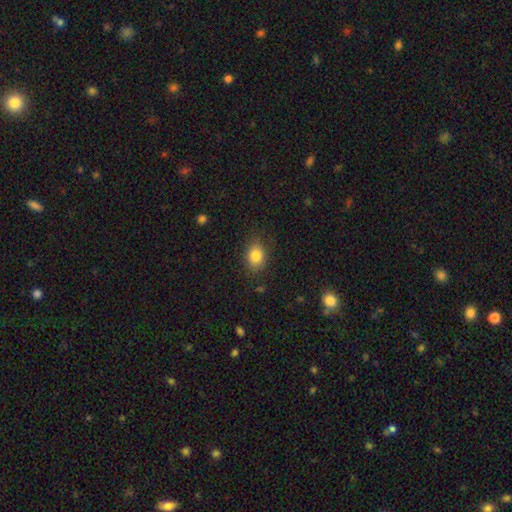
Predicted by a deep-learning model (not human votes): smooth 83%, star or artifact 9%, featured or disk 7%. Down the decision tree: how rounded — in between (63%); merging — none (83%).